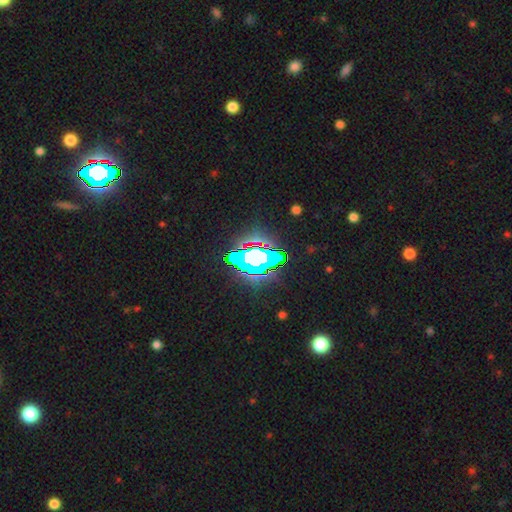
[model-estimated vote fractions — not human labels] smooth_or_featured: star or artifact (p=0.60) [alt: smooth p=0.23]